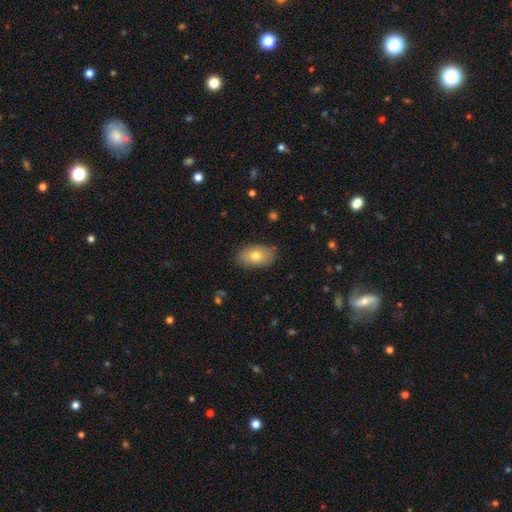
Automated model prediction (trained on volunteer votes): This appears to be a smooth galaxy with no disk features (76%) that is in between round and cigar-shaped (92%). Merging: none (84%).